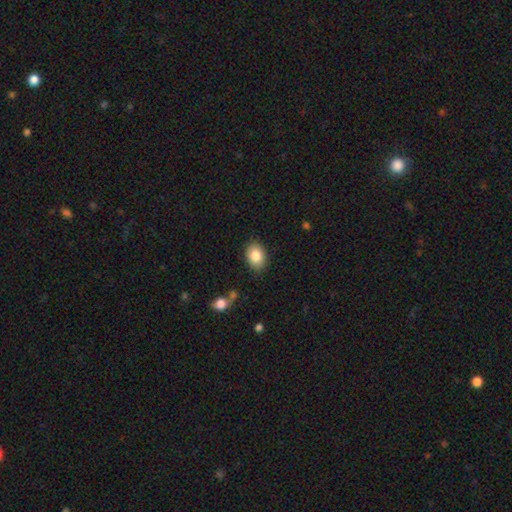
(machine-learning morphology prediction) Smooth or featured: smooth — 85% (star or artifact — 8%)
How rounded: in between — 75% (round — 24%)
Merging: none — 85% (minor disturbance — 11%)